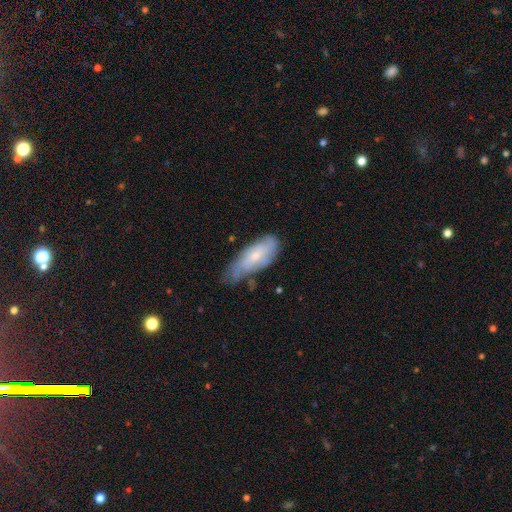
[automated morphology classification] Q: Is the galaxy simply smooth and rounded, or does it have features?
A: smooth — 53%.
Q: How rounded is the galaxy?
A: in between — 73%.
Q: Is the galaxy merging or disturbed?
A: none — 44%.